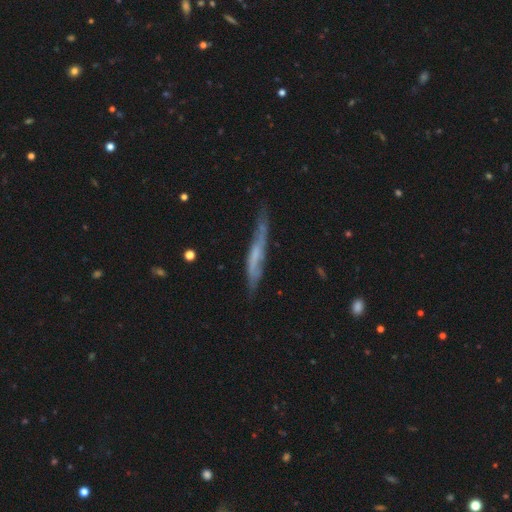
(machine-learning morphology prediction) Q: Smooth or featured?
A: featured or disk (55%); runner-up: smooth (38%)
Q: Edge-on disk?
A: yes (78%); runner-up: no (22%)
Q: Merging?
A: none (62%); runner-up: minor disturbance (27%)